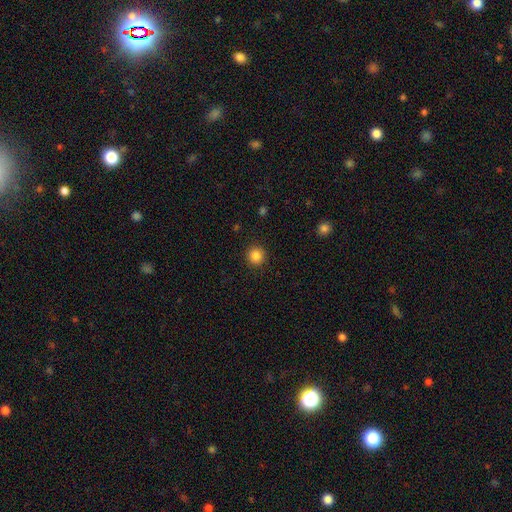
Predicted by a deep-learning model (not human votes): Smooth or featured? Predicted: smooth (p=0.85). How rounded? Predicted: round (p=0.94). Merging? Predicted: none (p=0.91).